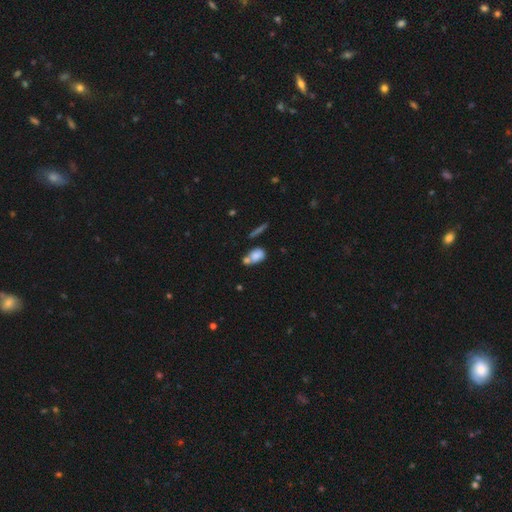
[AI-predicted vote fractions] smooth-or-featured: smooth: 75% | featured or disk: 16% | star or artifact: 9%
  how-rounded: in between: 72% | round: 24% | cigar-shaped: 5%
  merging: merger: 47% | none: 34% | minor disturbance: 13% | major disturbance: 6%